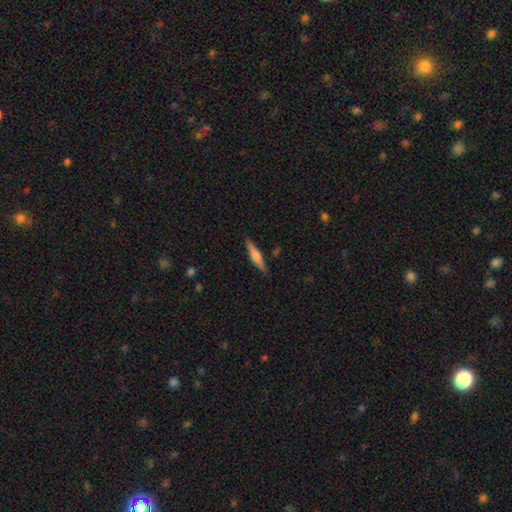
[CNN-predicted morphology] Q: Smooth or featured?
A: featured or disk (48%); runner-up: smooth (45%)
Q: Merging?
A: none (88%); runner-up: minor disturbance (8%)